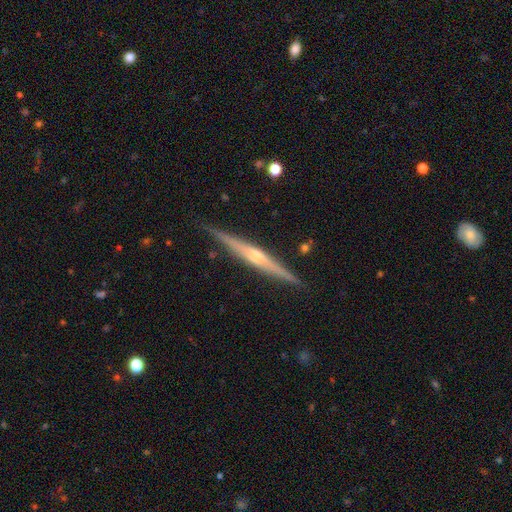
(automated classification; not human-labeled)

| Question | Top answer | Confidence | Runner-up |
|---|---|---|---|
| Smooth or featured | featured or disk | 80% | smooth (14%) |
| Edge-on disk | yes | 98% | no (2%) |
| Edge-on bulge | rounded | 79% | none (13%) |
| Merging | none | 89% | minor disturbance (8%) |